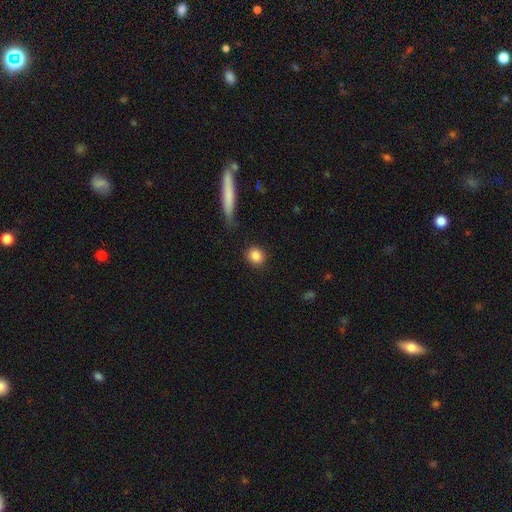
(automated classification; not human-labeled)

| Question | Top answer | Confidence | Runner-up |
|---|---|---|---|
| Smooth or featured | smooth | 86% | star or artifact (8%) |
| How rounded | round | 81% | in between (17%) |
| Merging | none | 88% | minor disturbance (7%) |